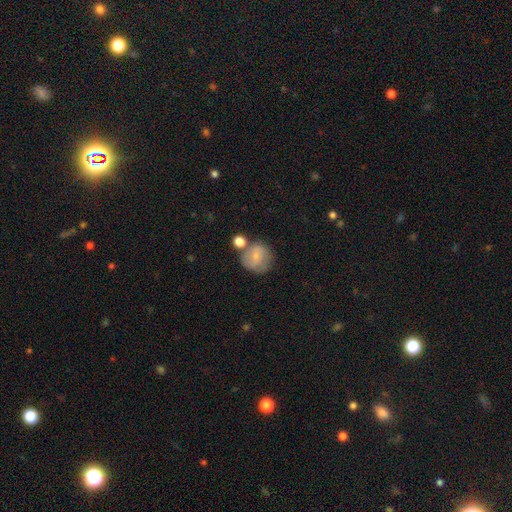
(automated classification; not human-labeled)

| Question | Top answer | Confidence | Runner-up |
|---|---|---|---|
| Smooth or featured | smooth | 71% | featured or disk (21%) |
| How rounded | round | 87% | in between (12%) |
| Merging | none | 52% | merger (24%) |